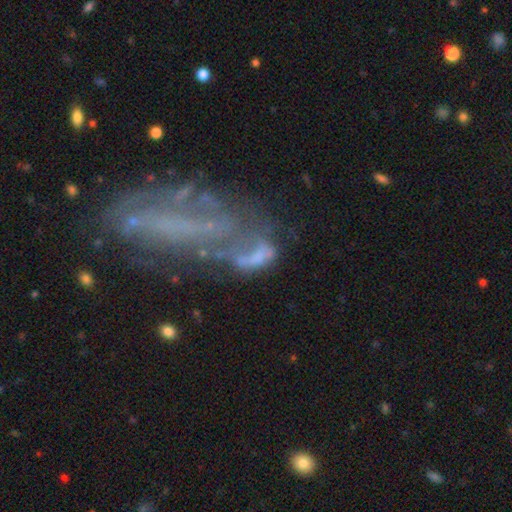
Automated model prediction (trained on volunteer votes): Overall: featured or disk (51%; smooth 26%). Edge-on disk: no (90%). Merging: major disturbance (41%; none 23%).